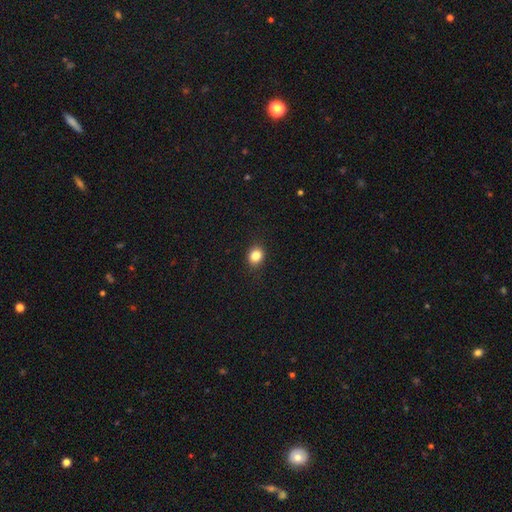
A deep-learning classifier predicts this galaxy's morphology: smooth_or_featured: smooth (p=0.84) [alt: star or artifact p=0.11]
how_rounded: round (p=0.63) [alt: in between p=0.36]
merging: none (p=0.89) [alt: minor disturbance p=0.08]